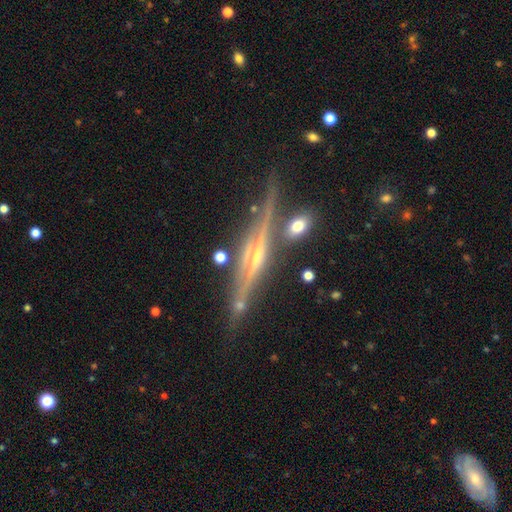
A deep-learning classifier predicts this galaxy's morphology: The model was most divided on "edge-on bulge": rounded: 61%, none: 21%, boxy: 18%. More confident: edge-on disk — yes (96%); smooth or featured — featured or disk (84%); merging — none (81%).